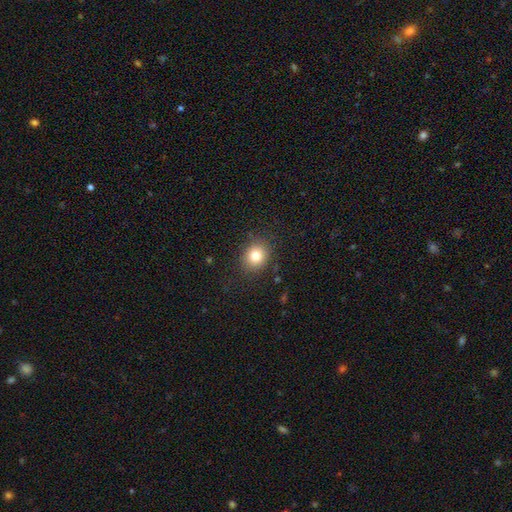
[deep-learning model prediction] Overall: smooth (80%). How rounded: round (69%; in between 30%). Merging: none (86%).